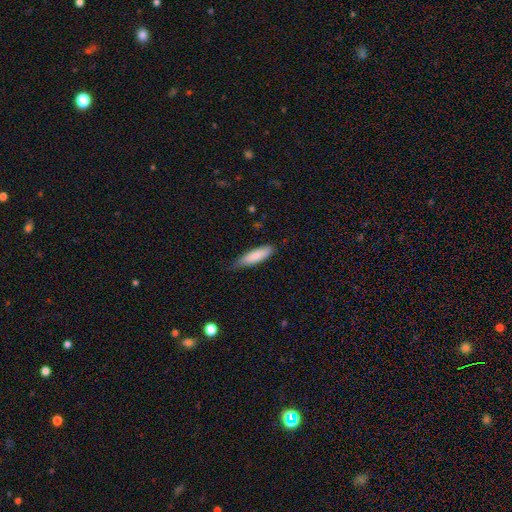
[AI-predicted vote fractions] A smooth galaxy with no disk features (84%) that is cigar-shaped (55%). Merging: none (68%).